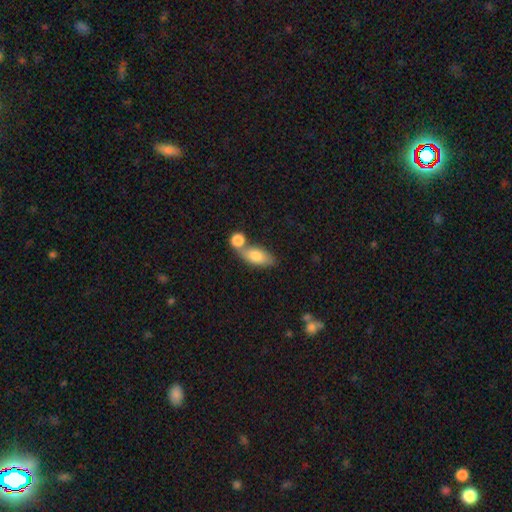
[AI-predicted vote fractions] Morphology: type=smooth (79%); roundness=in between (84%); merging=merger (45%).